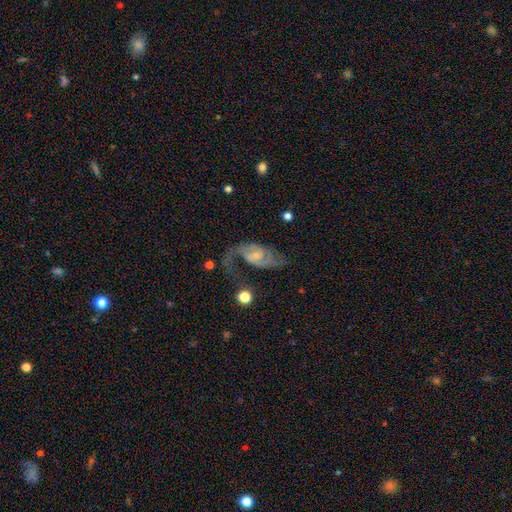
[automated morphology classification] type=featured or disk (83%); edge-on=no (97%); bar=no (52%); spiral arms=yes (93%); winding=loose (44%); arm count=2 (80%); bulge=small (63%); merging=none (41%).